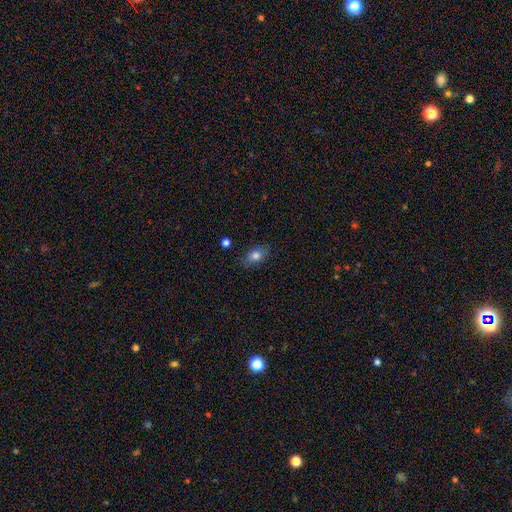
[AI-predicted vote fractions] smooth-or-featured: smooth: 79% | featured or disk: 11% | star or artifact: 10%
  how-rounded: in between: 80% | round: 16% | cigar-shaped: 3%
  merging: none: 83% | minor disturbance: 13% | major disturbance: 3% | merger: 1%